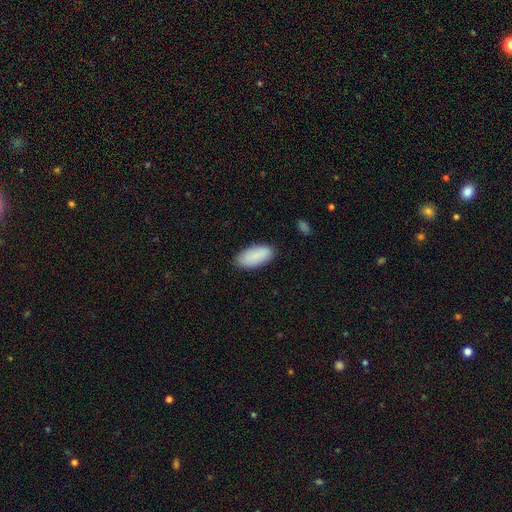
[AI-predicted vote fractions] smooth 87%, featured or disk 7%, star or artifact 6%. Down the decision tree: how rounded — in between (91%); merging — none (85%).